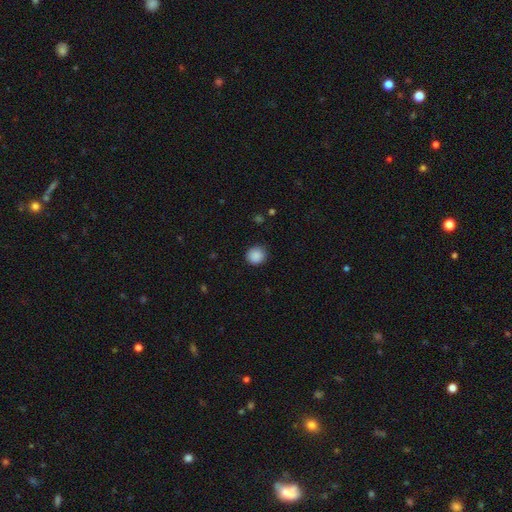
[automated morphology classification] This is clearly a smooth galaxy (89%). How rounded: clearly round (91%). Merging: clearly none (88%).